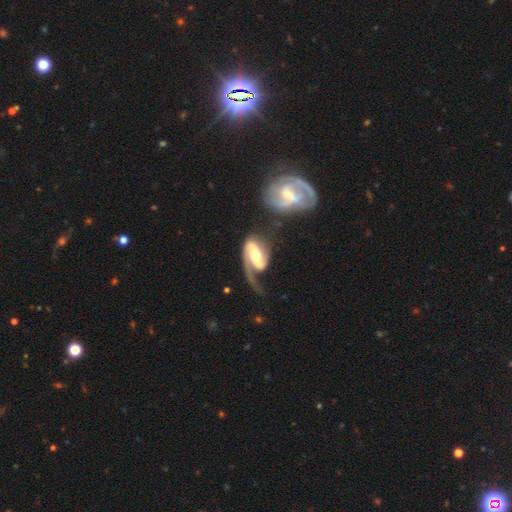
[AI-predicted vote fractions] Smooth or featured? featured or disk (86%)
Edge-on disk? no (96%)
Bar? strong (41%)
Spiral arms? yes (96%)
Spiral winding? medium (42%)
Spiral arm count? 2 (60%)
Bulge size? moderate (63%)
Merging? major disturbance (34%)